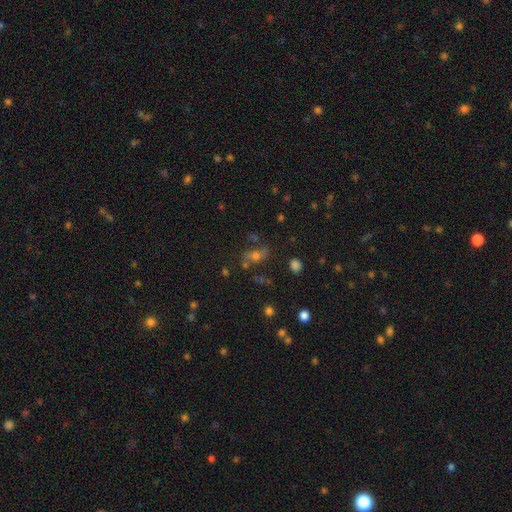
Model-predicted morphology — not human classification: Overall: smooth (48%; featured or disk 30%). Merging: none (61%).